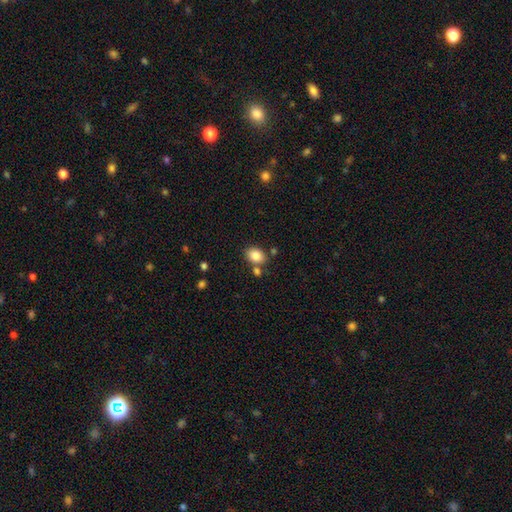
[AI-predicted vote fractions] smooth-or-featured: smooth: 84% | star or artifact: 9% | featured or disk: 7%
  how-rounded: in between: 70% | round: 29% | cigar-shaped: 1%
  merging: none: 71% | merger: 14% | minor disturbance: 12% | major disturbance: 3%